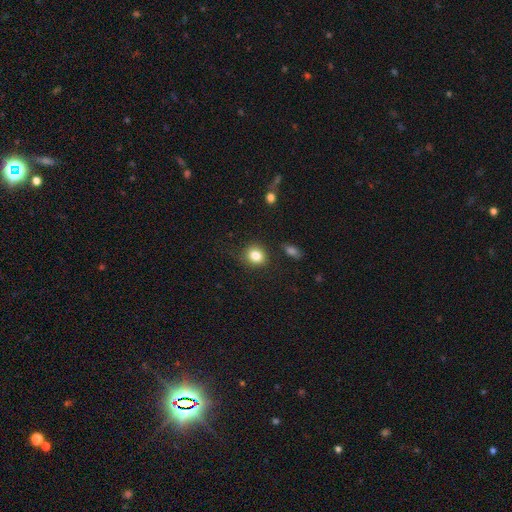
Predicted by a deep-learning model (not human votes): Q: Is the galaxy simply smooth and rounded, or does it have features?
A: smooth — 83%.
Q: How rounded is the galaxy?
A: round — 76%.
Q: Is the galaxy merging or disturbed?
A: none — 83%.